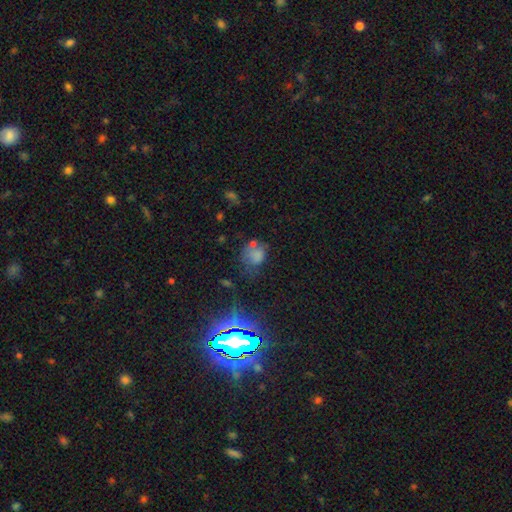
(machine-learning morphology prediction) Smooth or featured?
  - smooth: 62% *
  - star or artifact: 21%
  - featured or disk: 18%
How rounded?
  - round: 57% *
  - in between: 41%
  - cigar-shaped: 1%
Merging?
  - none: 37% *
  - minor disturbance: 26%
  - major disturbance: 24%
  - merger: 13%